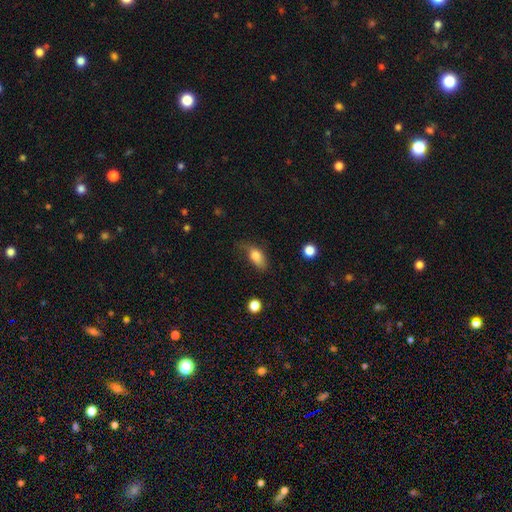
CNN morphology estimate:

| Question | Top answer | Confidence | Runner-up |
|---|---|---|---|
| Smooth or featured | smooth | 80% | featured or disk (11%) |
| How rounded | in between | 86% | round (8%) |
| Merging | none | 40% | minor disturbance (36%) |